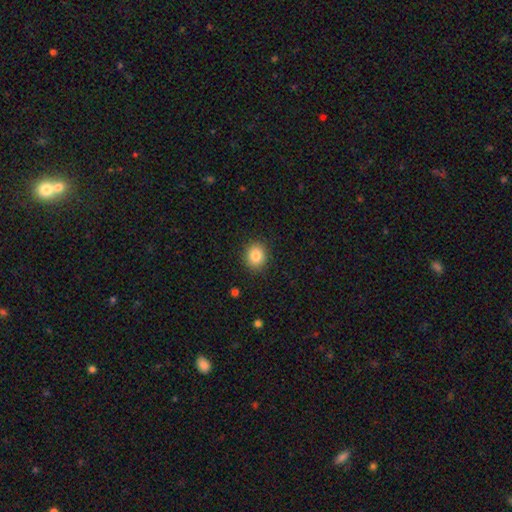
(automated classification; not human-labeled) smooth-or-featured: smooth: 84% | star or artifact: 10% | featured or disk: 6%
  how-rounded: round: 75% | in between: 24% | cigar-shaped: 1%
  merging: none: 90% | minor disturbance: 7% | major disturbance: 2% | merger: 1%